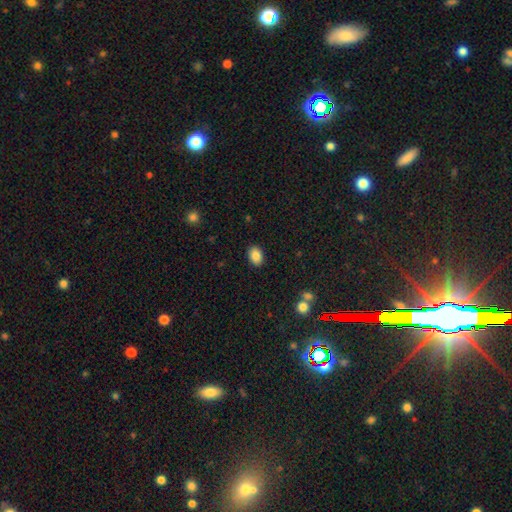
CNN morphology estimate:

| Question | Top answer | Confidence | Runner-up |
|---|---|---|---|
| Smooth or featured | smooth | 86% | star or artifact (8%) |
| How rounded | in between | 80% | round (19%) |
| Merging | none | 89% | minor disturbance (8%) |